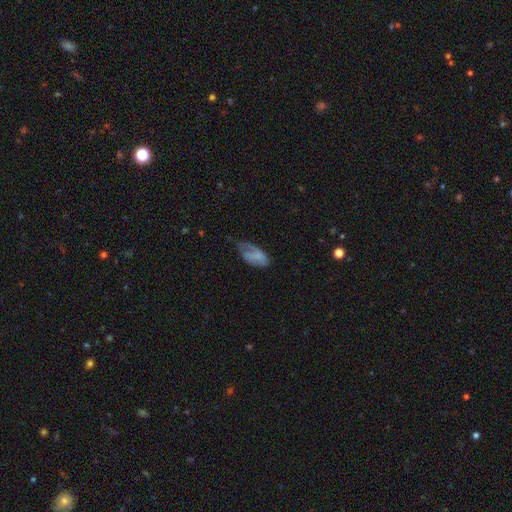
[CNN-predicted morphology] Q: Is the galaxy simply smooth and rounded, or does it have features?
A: smooth — 54%.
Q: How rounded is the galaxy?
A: in between — 92%.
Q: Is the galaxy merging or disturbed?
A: none — 36%.